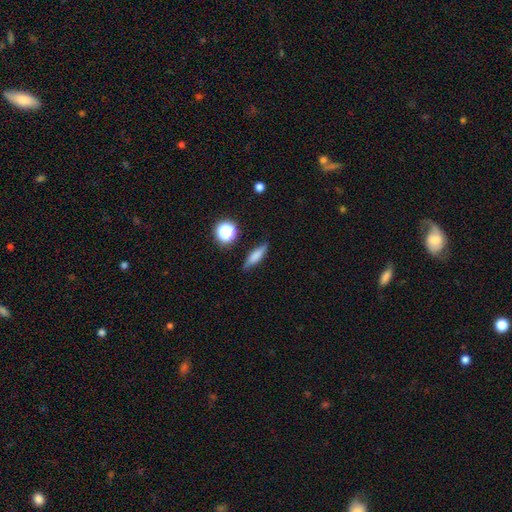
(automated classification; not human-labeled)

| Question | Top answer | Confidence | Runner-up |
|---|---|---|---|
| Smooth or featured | smooth | 68% | featured or disk (21%) |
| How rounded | cigar-shaped | 63% | in between (31%) |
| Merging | none | 80% | minor disturbance (15%) |